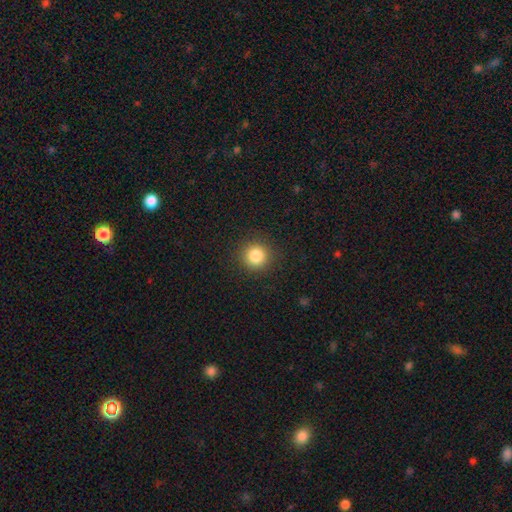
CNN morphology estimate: Smooth or featured?
  - smooth: 85% *
  - star or artifact: 11%
  - featured or disk: 4%
How rounded?
  - round: 94% *
  - in between: 5%
  - cigar-shaped: 1%
Merging?
  - none: 91% *
  - minor disturbance: 6%
  - major disturbance: 2%
  - merger: 1%